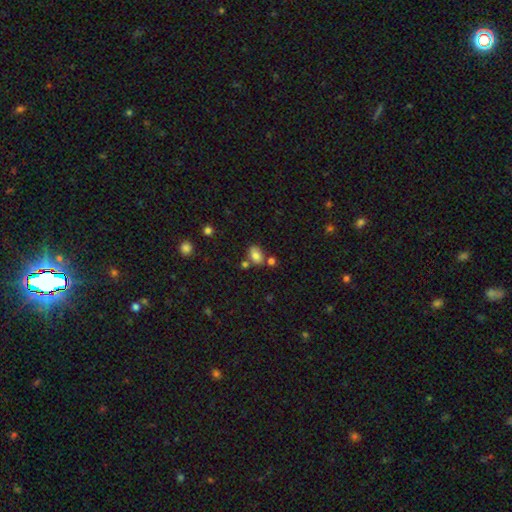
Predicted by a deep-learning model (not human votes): Morphology: type=smooth (79%); roundness=in between (84%); merging=none (64%).